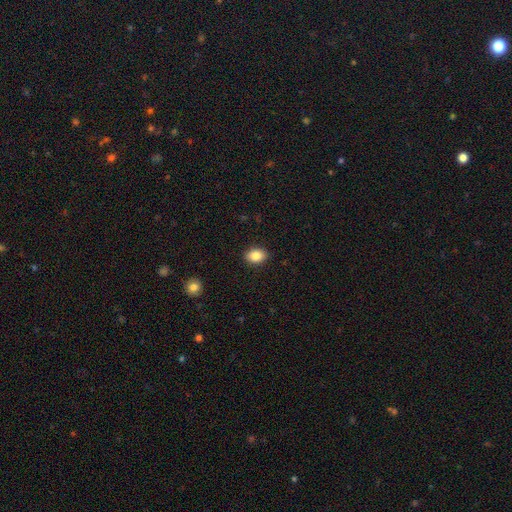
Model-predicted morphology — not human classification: Smooth or featured?
  - smooth: 86% *
  - star or artifact: 8%
  - featured or disk: 5%
How rounded?
  - in between: 74% *
  - round: 25%
  - cigar-shaped: 1%
Merging?
  - none: 89% *
  - minor disturbance: 8%
  - major disturbance: 2%
  - merger: 1%